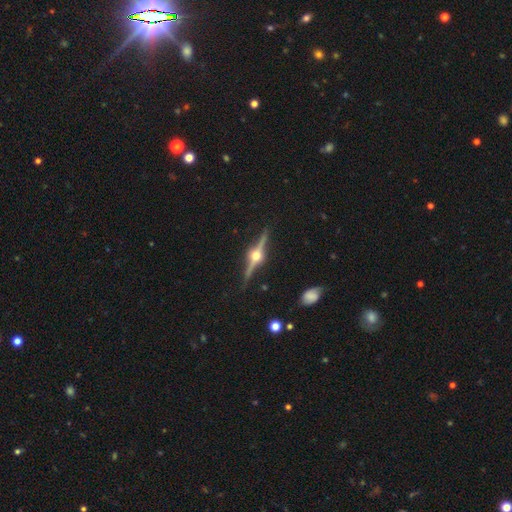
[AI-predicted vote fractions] A featured or disk galaxy (88%) viewed edge-on (98%) with a rounded central bulge (96%).

Vote fractions:
- Smooth or featured? featured or disk: 88% / star or artifact: 6% / smooth: 6%
- Edge-on disk? yes: 98% / no: 2%
- Edge-on bulge? rounded: 96% / boxy: 3% / none: 1%
- Merging? none: 89% / minor disturbance: 8% / major disturbance: 2% / merger: 1%